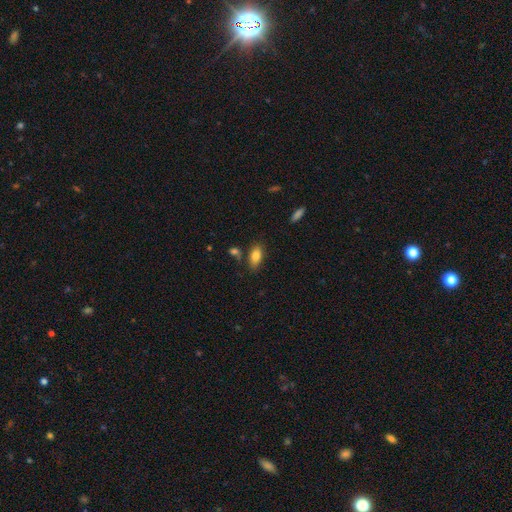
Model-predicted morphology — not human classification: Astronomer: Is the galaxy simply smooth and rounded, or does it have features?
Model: smooth — 83%.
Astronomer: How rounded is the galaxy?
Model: in between — 88%.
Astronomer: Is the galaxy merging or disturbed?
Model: none — 75%.